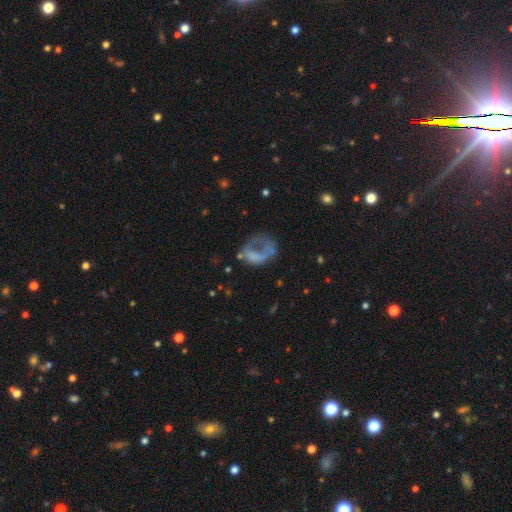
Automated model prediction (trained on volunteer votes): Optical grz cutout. It shows a featured or disk galaxy (45%). Merging: major disturbance (49%).